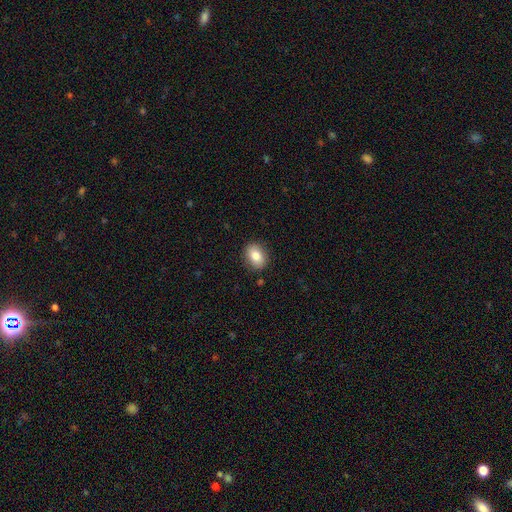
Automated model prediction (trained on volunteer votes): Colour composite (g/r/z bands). It shows a smooth galaxy with no disk features (84%) that is in between round and cigar-shaped (71%). Merging: none (87%).